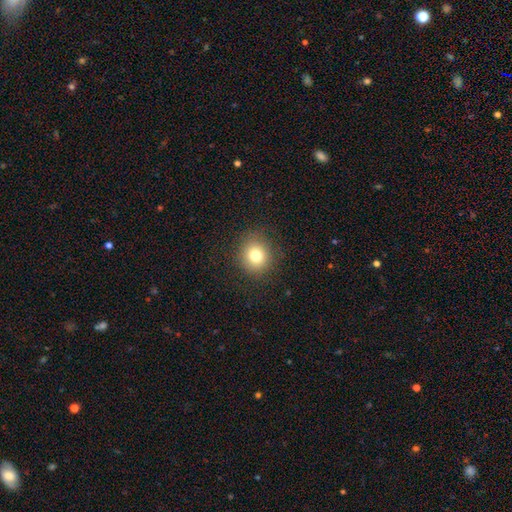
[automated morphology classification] The model was most divided on "smooth or featured": smooth: 78%, star or artifact: 13%, featured or disk: 9%. More confident: merging — none (89%); how rounded — round (86%).